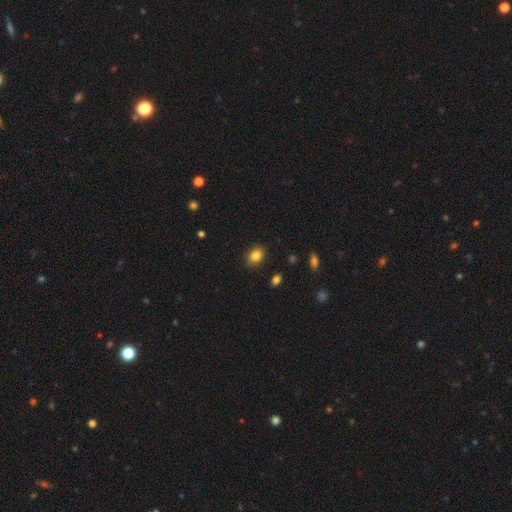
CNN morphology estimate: Smooth or featured? smooth (84%)
How rounded? in between (63%)
Merging? none (87%)